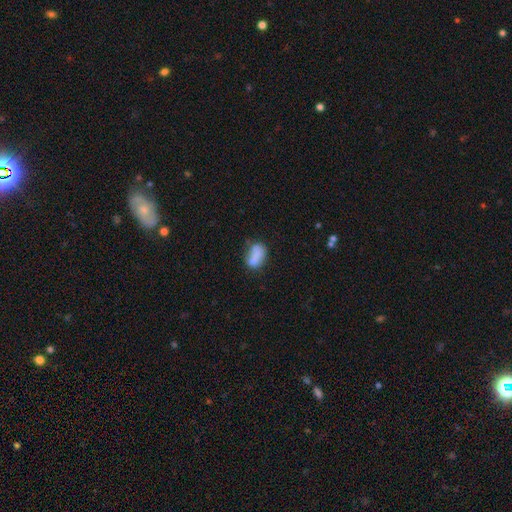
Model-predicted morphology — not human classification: smooth-or-featured: smooth: 78% | featured or disk: 13% | star or artifact: 9%
  how-rounded: in between: 85% | round: 11% | cigar-shaped: 4%
  merging: none: 49% | minor disturbance: 26% | merger: 14% | major disturbance: 10%